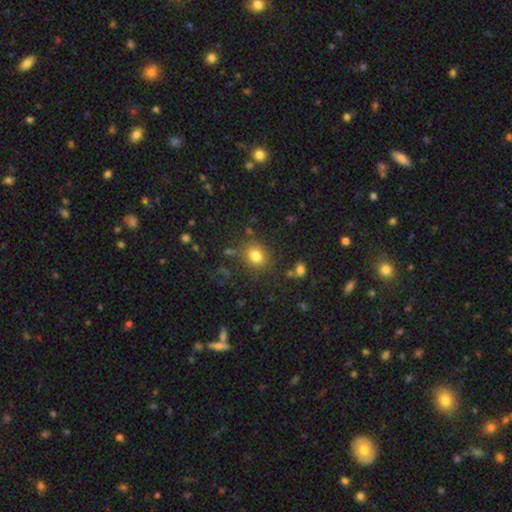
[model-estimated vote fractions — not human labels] Smooth or featured? Predicted: smooth (p=0.80). How rounded? Predicted: round (p=0.66). Merging? Predicted: none (p=0.81).